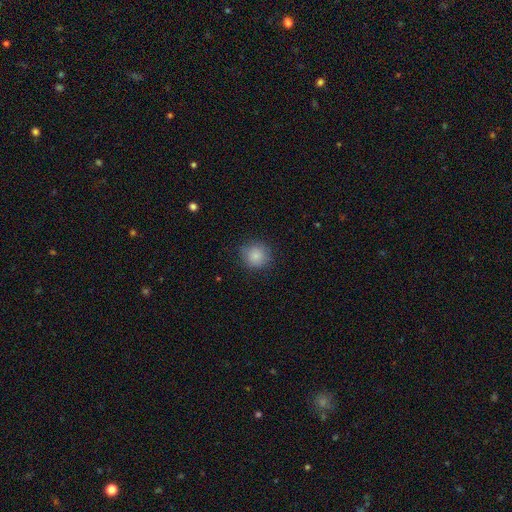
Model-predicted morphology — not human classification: This is clearly a smooth galaxy (85%). How rounded: clearly round (92%). Merging: clearly none (84%).